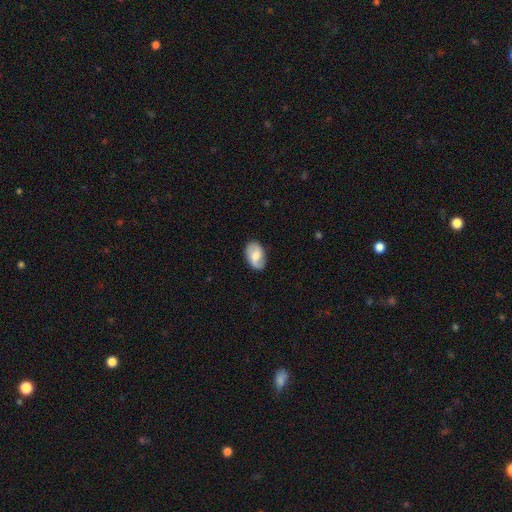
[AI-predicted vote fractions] smooth-or-featured: featured or disk: 54% | smooth: 40% | star or artifact: 7%
  disk-edge-on: no: 96% | yes: 4%
    bar: weak: 46% | no: 41% | strong: 13%
    has-spiral-arms: yes: 85% | no: 15%
    bulge-size: moderate: 59% | small: 23% | large: 12% | none: 4% | dominant: 2%
  merging: none: 81% | minor disturbance: 14% | major disturbance: 3% | merger: 1%